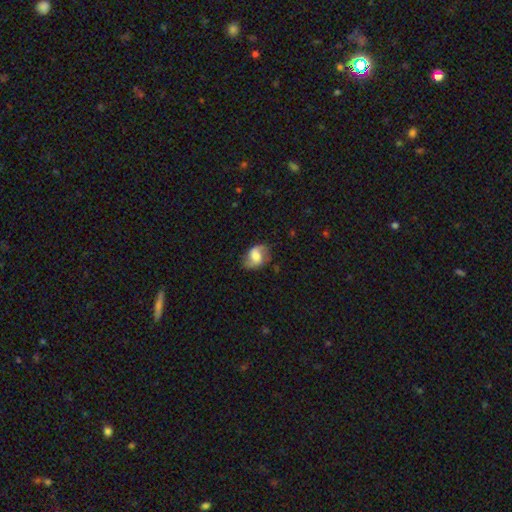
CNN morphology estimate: Smooth or featured?
  - featured or disk: 51% *
  - smooth: 41%
  - star or artifact: 8%
Edge-on disk?
  - no: 96% *
  - yes: 4%
Merging?
  - none: 64% *
  - minor disturbance: 24%
  - major disturbance: 10%
  - merger: 2%